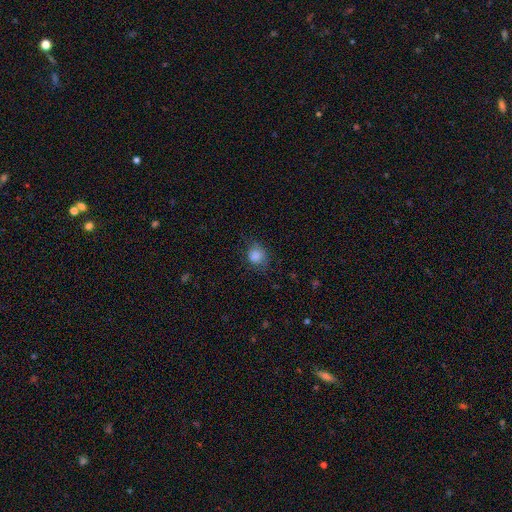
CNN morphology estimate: Smooth or featured: smooth — 86% (star or artifact — 10%)
How rounded: round — 77% (in between — 22%)
Merging: none — 74% (minor disturbance — 19%)